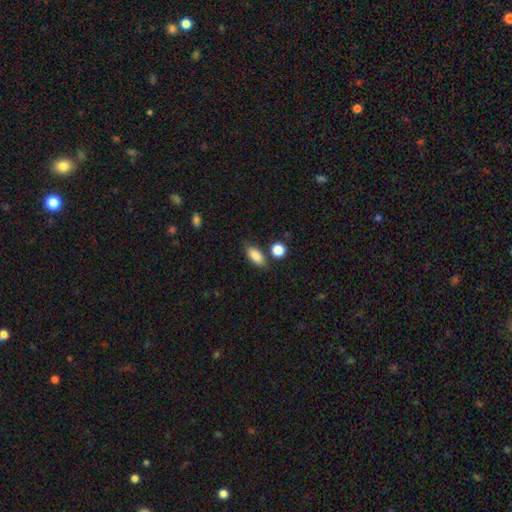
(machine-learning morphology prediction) smooth 87%, star or artifact 8%, featured or disk 5%. Down the decision tree: how rounded — in between (87%); merging — none (77%).